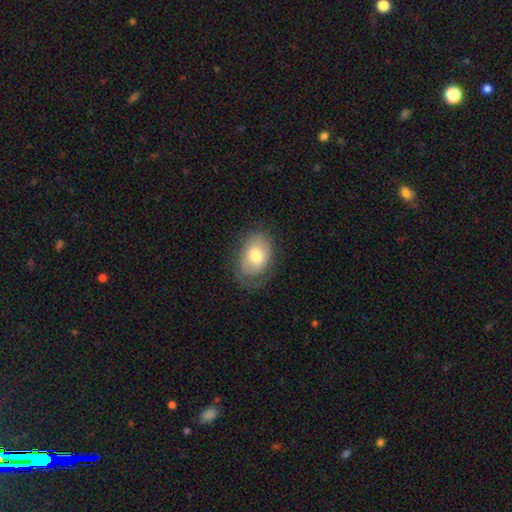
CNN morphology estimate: smooth_or_featured: smooth (p=0.68) [alt: featured or disk p=0.24]
how_rounded: in between (p=0.80) [alt: round p=0.19]
merging: none (p=0.68) [alt: minor disturbance p=0.22]